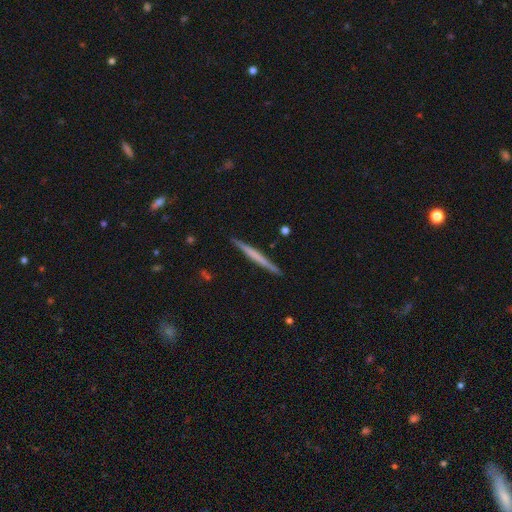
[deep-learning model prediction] smooth_or_featured: featured or disk (p=0.51) [alt: smooth p=0.44]
disk_edge_on: yes (p=0.98) [alt: no p=0.02]
merging: none (p=0.91) [alt: minor disturbance p=0.07]